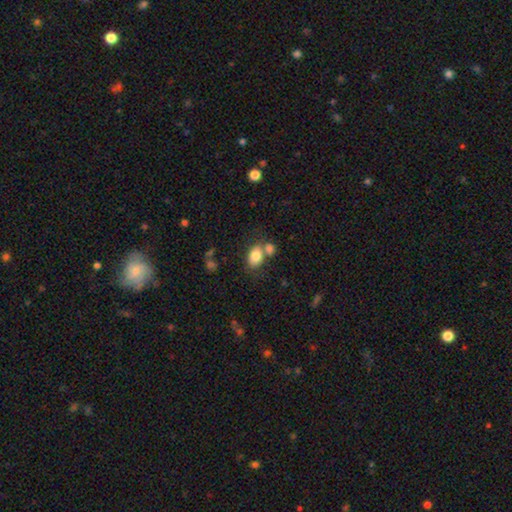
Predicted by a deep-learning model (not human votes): smooth 82%, featured or disk 10%, star or artifact 8%. Down the decision tree: how rounded — in between (78%); merging — none (48%).